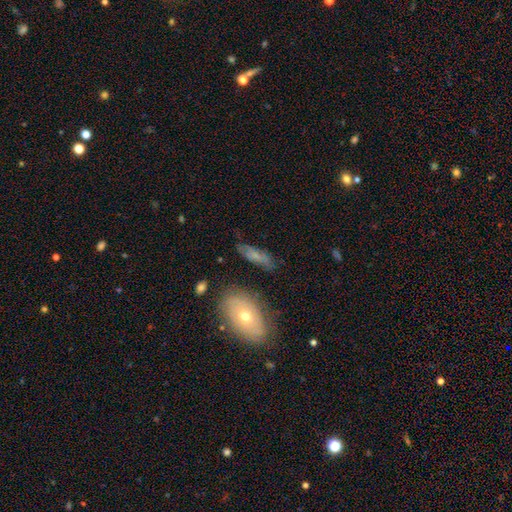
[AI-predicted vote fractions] Overall: smooth (51%; featured or disk 37%). How rounded: in between (53%; cigar-shaped 42%). Merging: none (68%).